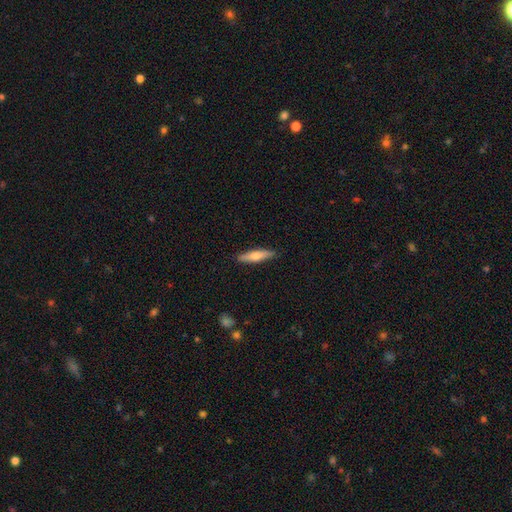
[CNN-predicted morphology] This is likely a smooth galaxy (61%). How rounded: clearly cigar-shaped (80%). Merging: clearly none (89%).